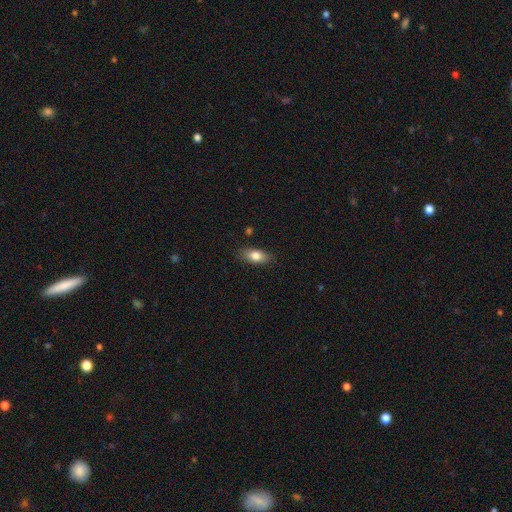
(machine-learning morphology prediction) smooth-or-featured: smooth: 79% | featured or disk: 14% | star or artifact: 7%
  how-rounded: in between: 83% | cigar-shaped: 13% | round: 5%
  merging: none: 85% | minor disturbance: 11% | major disturbance: 2% | merger: 1%